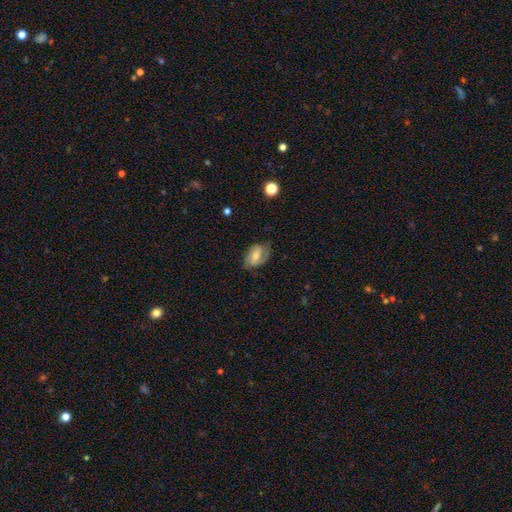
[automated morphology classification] Overall: featured or disk (52%; smooth 40%). Edge-on disk: no (95%). Merging: none (66%).